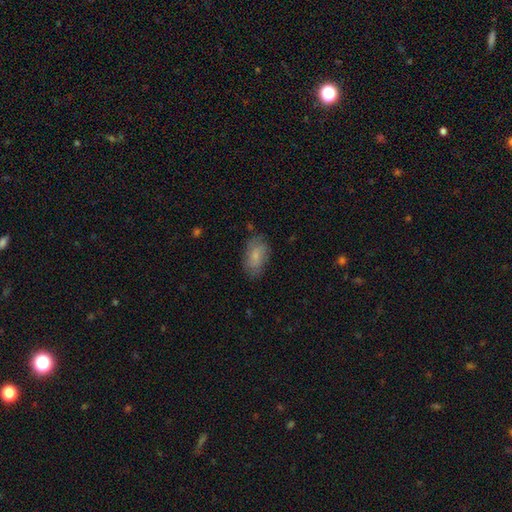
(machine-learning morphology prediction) smooth_or_featured: smooth (p=0.75) [alt: featured or disk p=0.18]
how_rounded: in between (p=0.91) [alt: round p=0.06]
merging: none (p=0.72) [alt: minor disturbance p=0.21]